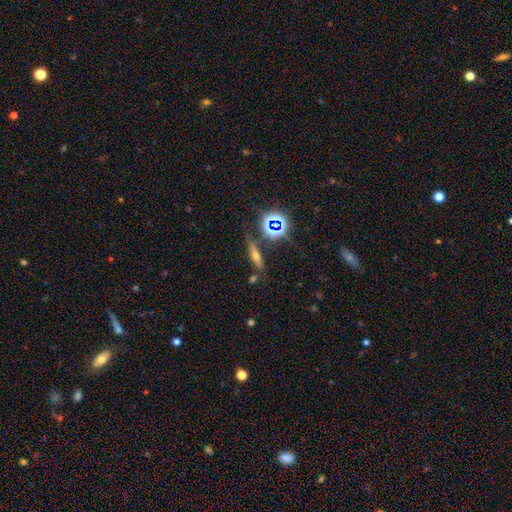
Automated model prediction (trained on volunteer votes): This is marginally a smooth galaxy (39%). Merging: likely none (71%).